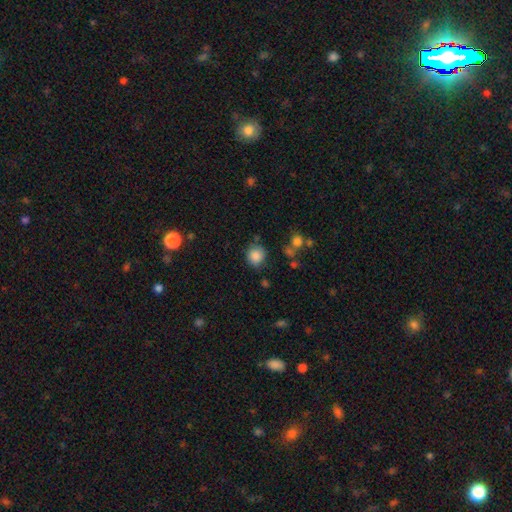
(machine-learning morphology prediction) type=smooth (86%); roundness=round (87%); merging=none (76%).